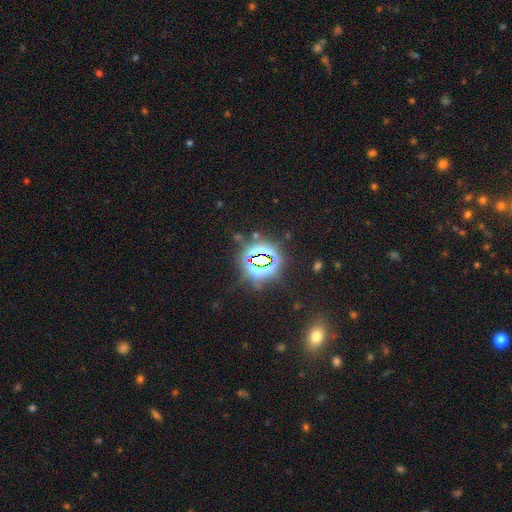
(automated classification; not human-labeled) smooth_or_featured: star or artifact (p=0.79) [alt: smooth p=0.12]